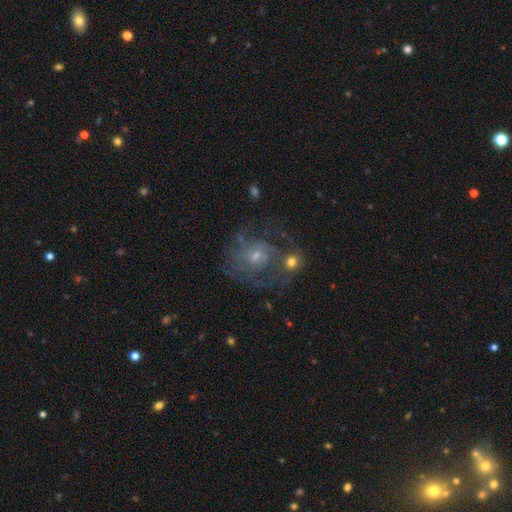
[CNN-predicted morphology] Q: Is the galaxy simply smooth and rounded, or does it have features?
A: featured or disk — 69%.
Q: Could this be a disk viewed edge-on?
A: no — 98%.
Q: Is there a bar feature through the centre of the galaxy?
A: no — 75%.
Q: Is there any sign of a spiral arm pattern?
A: yes — 70%.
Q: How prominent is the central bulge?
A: small — 59%.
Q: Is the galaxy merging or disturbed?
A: none — 40%.